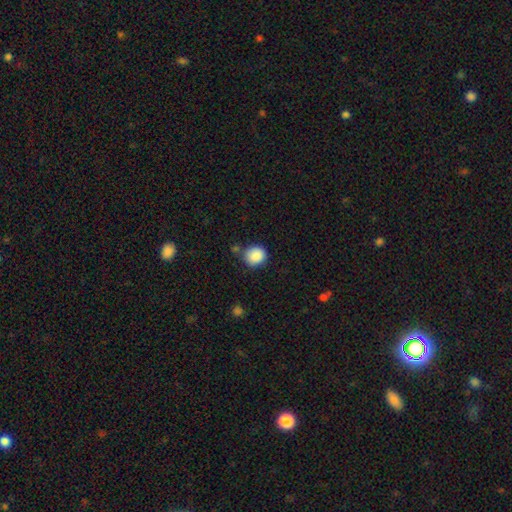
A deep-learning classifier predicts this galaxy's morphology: Smooth or featured: smooth — 88% (star or artifact — 8%)
How rounded: round — 84% (in between — 15%)
Merging: none — 74% (minor disturbance — 16%)